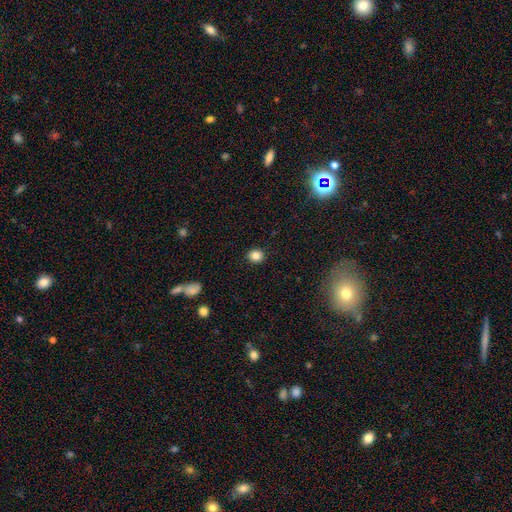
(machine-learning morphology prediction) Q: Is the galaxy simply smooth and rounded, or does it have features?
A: smooth — 85%.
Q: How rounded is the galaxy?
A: round — 77%.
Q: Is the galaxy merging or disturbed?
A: none — 91%.